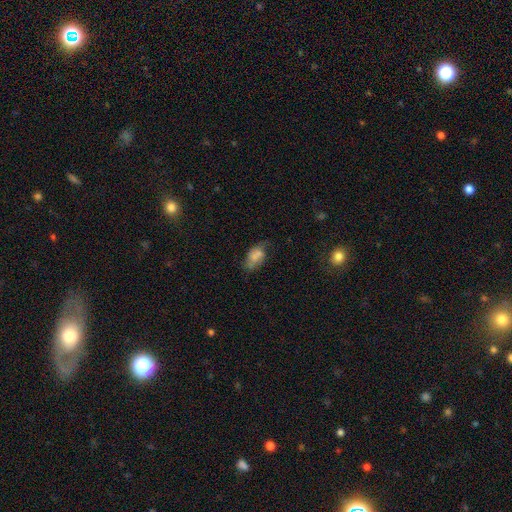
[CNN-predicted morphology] smooth_or_featured: smooth (p=0.67) [alt: featured or disk p=0.22]
how_rounded: in between (p=0.88) [alt: round p=0.08]
merging: none (p=0.41) [alt: minor disturbance p=0.29]